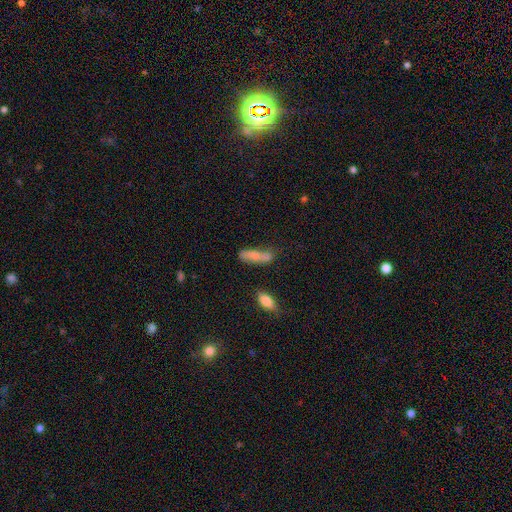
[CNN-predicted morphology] The model was most divided on "how rounded": cigar-shaped: 55%, in between: 42%, round: 3%. Remaining: smooth or featured — smooth (71%); merging — none (46%).